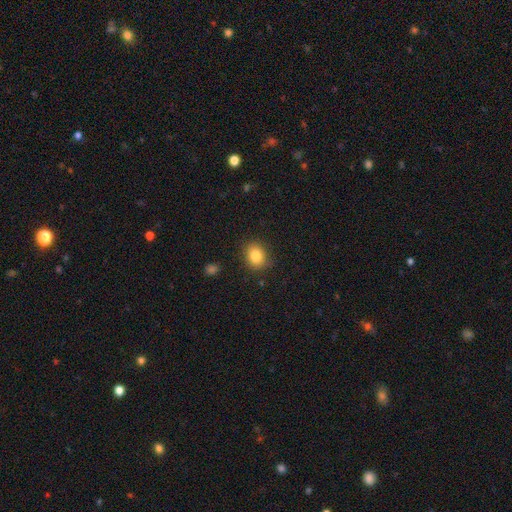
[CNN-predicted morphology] smooth_or_featured: smooth (p=0.85) [alt: star or artifact p=0.09]
how_rounded: round (p=0.56) [alt: in between p=0.43]
merging: none (p=0.83) [alt: minor disturbance p=0.12]